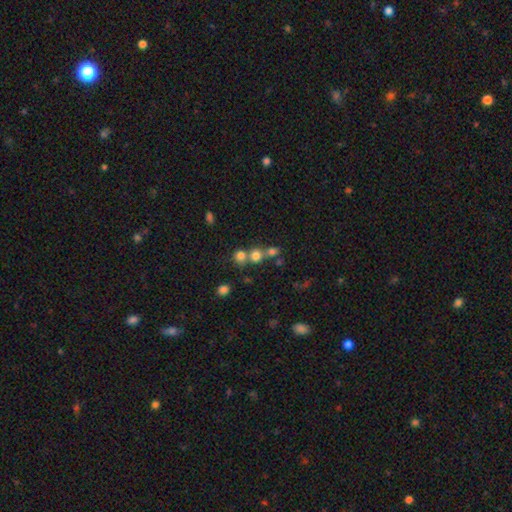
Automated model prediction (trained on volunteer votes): Smooth or featured?
  - smooth: 73% *
  - star or artifact: 17%
  - featured or disk: 11%
How rounded?
  - round: 85% *
  - in between: 14%
  - cigar-shaped: 1%
Merging?
  - none: 46% *
  - merger: 45%
  - minor disturbance: 6%
  - major disturbance: 3%